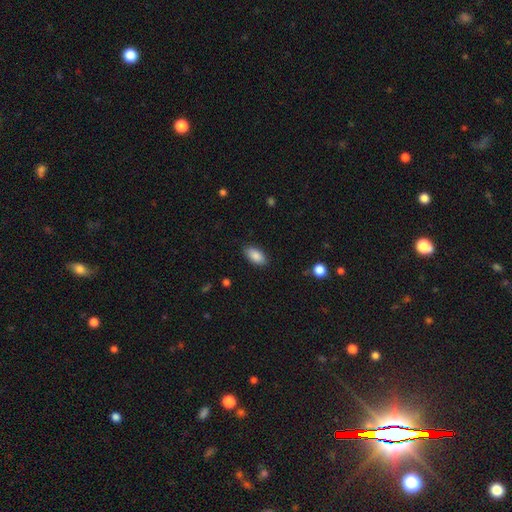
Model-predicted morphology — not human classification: Q: Smooth or featured?
A: smooth (88%); runner-up: star or artifact (7%)
Q: How rounded?
A: in between (92%); runner-up: cigar-shaped (5%)
Q: Merging?
A: none (86%); runner-up: minor disturbance (10%)